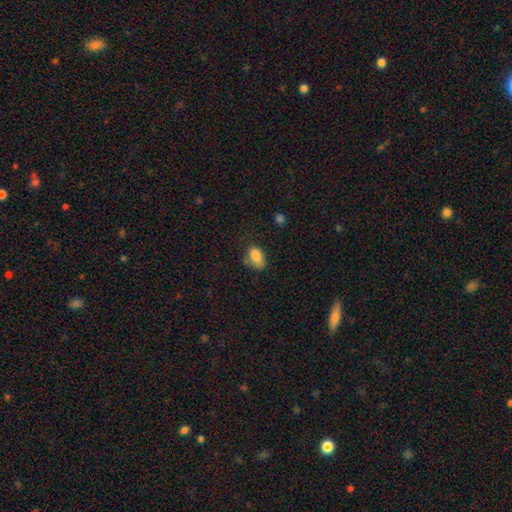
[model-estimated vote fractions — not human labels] Smooth or featured? smooth (86%)
How rounded? in between (90%)
Merging? none (58%)